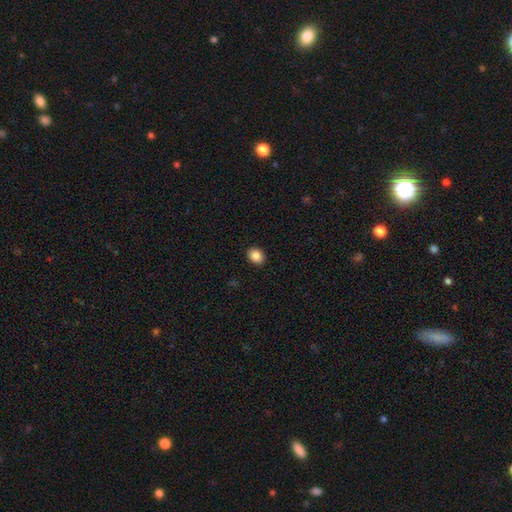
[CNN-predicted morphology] Overall: smooth (87%). How rounded: in between (53%; round 46%). Merging: none (91%).